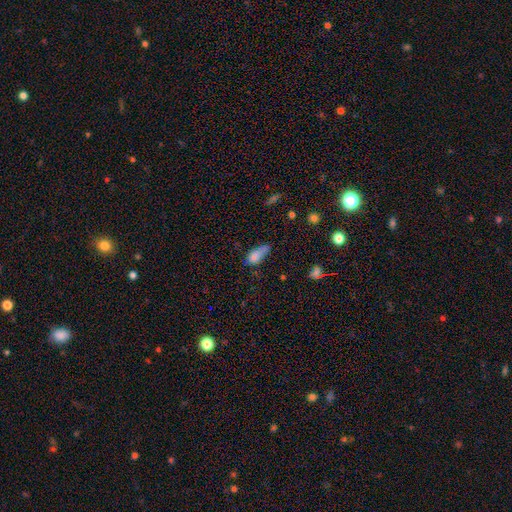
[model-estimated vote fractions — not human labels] Smooth or featured?
  - smooth: 75% *
  - featured or disk: 13%
  - star or artifact: 12%
How rounded?
  - in between: 80% *
  - cigar-shaped: 11%
  - round: 9%
Merging?
  - minor disturbance: 31% *
  - none: 29%
  - major disturbance: 21%
  - merger: 18%